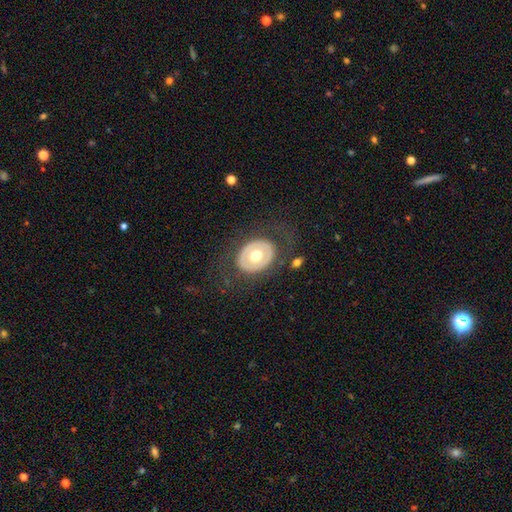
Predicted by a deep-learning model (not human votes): smooth_or_featured: featured or disk (p=0.49) [alt: smooth p=0.45]
merging: none (p=0.75) [alt: minor disturbance p=0.14]